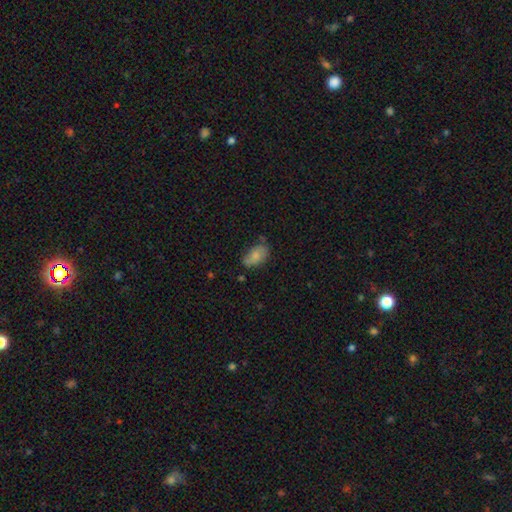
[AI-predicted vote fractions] smooth 75%, featured or disk 17%, star or artifact 7%. Down the decision tree: how rounded — in between (92%); merging — none (59%).